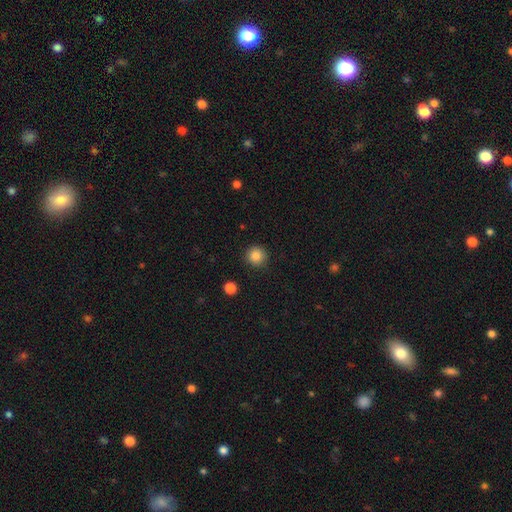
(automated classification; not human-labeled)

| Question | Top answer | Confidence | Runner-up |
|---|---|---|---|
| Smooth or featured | smooth | 86% | star or artifact (10%) |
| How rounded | round | 94% | in between (5%) |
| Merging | none | 90% | minor disturbance (7%) |